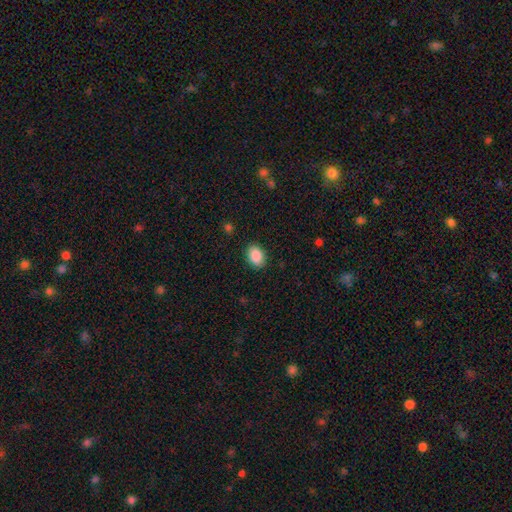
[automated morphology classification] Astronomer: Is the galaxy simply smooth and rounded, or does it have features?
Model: smooth — 89%.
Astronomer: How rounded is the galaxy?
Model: in between — 79%.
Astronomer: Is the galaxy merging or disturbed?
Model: none — 88%.